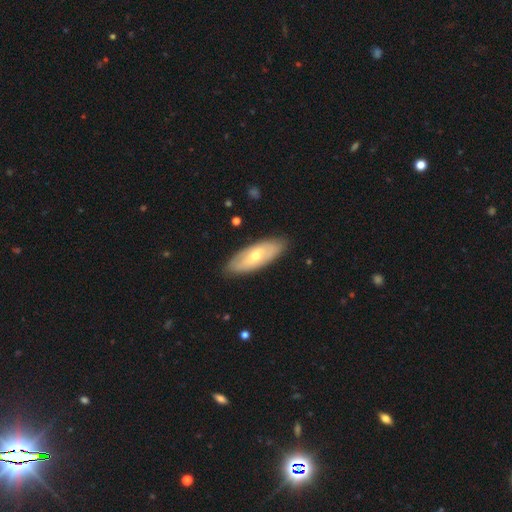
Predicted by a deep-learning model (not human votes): smooth-or-featured: featured or disk: 50% | smooth: 44% | star or artifact: 5%
  disk-edge-on: no: 78% | yes: 22%
  merging: none: 86% | minor disturbance: 10% | major disturbance: 2% | merger: 1%